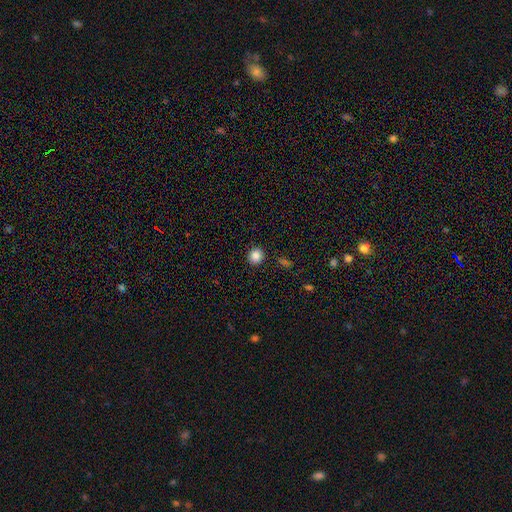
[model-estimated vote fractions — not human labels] smooth_or_featured: smooth (p=0.85) [alt: star or artifact p=0.10]
how_rounded: round (p=0.90) [alt: in between p=0.09]
merging: none (p=0.91) [alt: minor disturbance p=0.05]